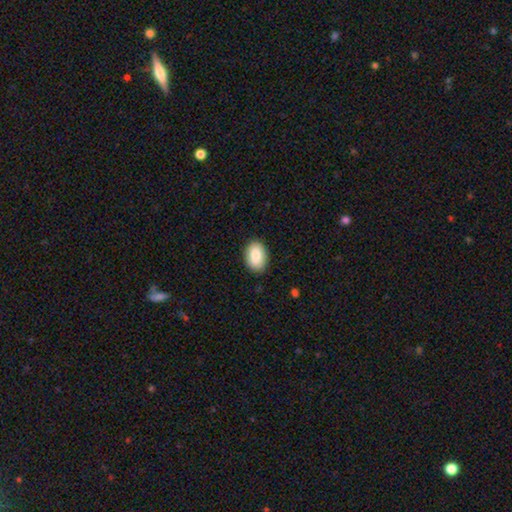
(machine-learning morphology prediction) Q: Smooth or featured?
A: smooth (88%); runner-up: star or artifact (7%)
Q: How rounded?
A: in between (88%); runner-up: round (10%)
Q: Merging?
A: none (88%); runner-up: minor disturbance (9%)